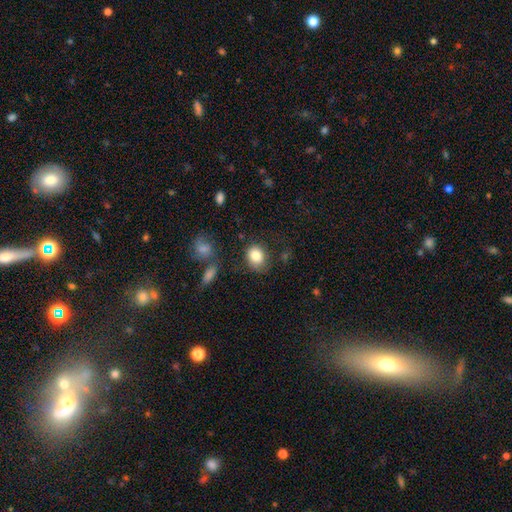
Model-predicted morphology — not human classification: type=smooth (84%); roundness=round (51%); merging=none (74%).